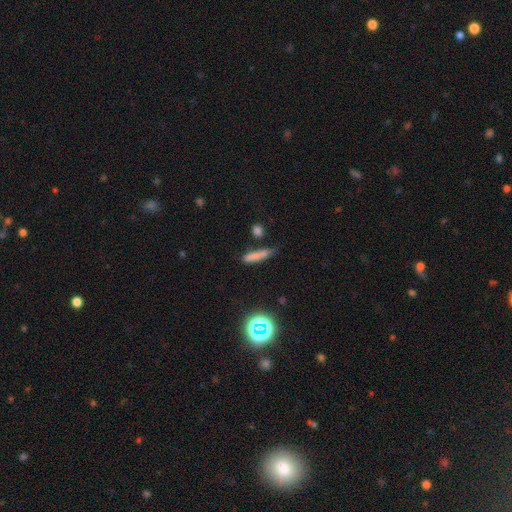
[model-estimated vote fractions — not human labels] Overall: smooth (75%). How rounded: cigar-shaped (77%). Merging: none (60%; minor disturbance 23%).